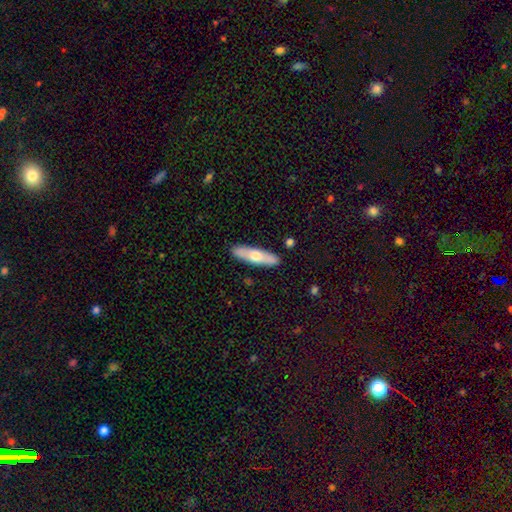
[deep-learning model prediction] This is possibly a smooth galaxy (56%). How rounded: likely cigar-shaped (69%). Merging: clearly none (88%).